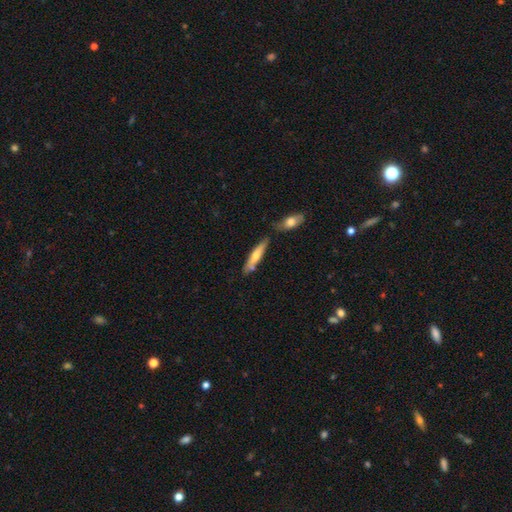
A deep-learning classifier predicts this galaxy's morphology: This appears to be a smooth galaxy with no disk features (52%) that is cigar-shaped (84%). Merging: none (69%).